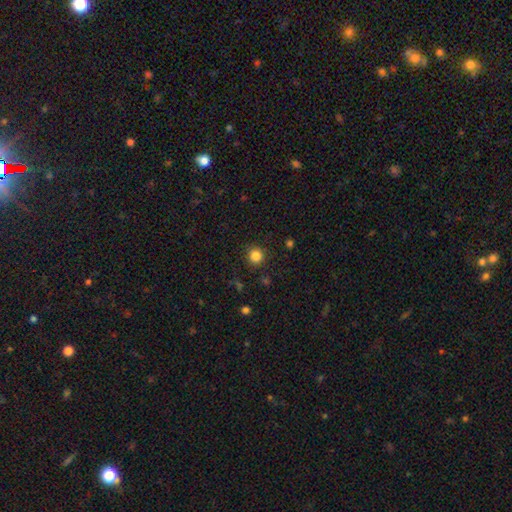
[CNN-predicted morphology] smooth 84%, star or artifact 12%, featured or disk 4%. Down the decision tree: how rounded — round (93%); merging — none (90%).